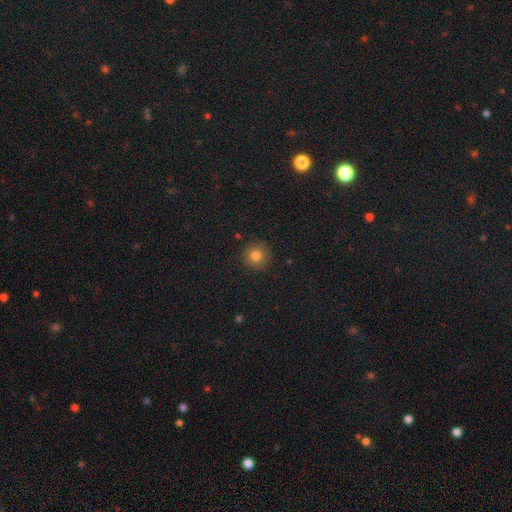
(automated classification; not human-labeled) Overall: smooth (80%). How rounded: round (95%). Merging: none (90%).